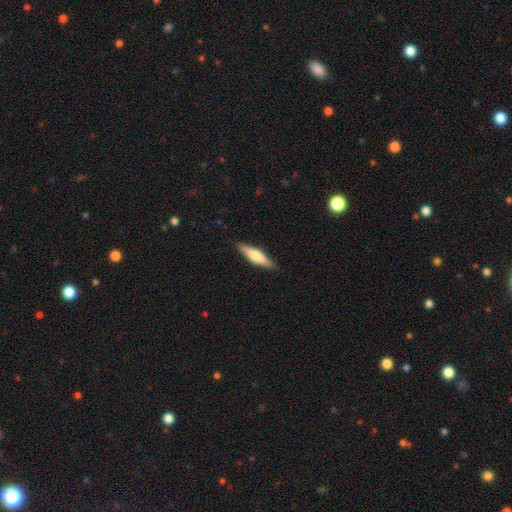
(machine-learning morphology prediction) This appears to be a smooth galaxy with no disk features (49%). Merging: none (89%).